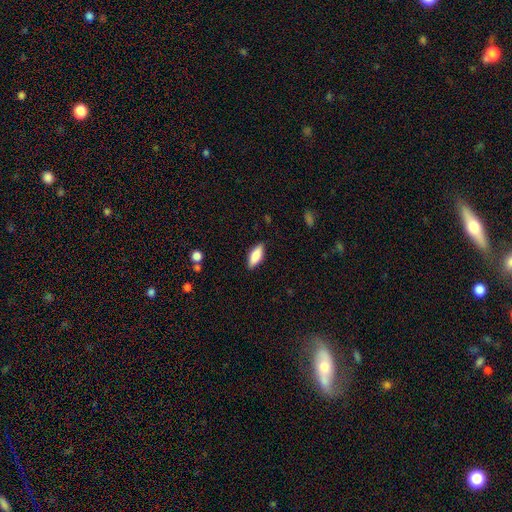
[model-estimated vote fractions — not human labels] A smooth galaxy with no disk features (80%) that is in between round and cigar-shaped (75%). Merging: none (86%).